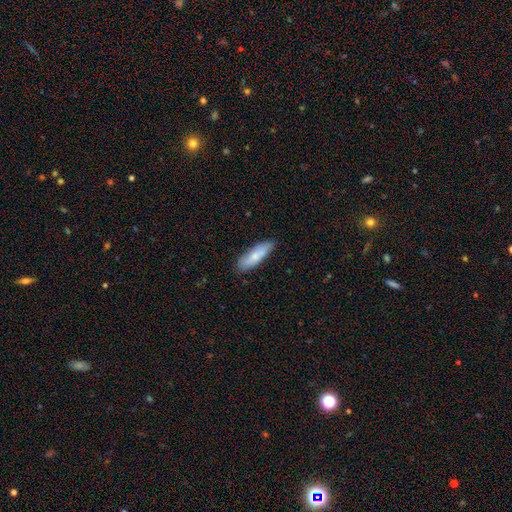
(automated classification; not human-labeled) Smooth or featured: smooth — 75% (featured or disk — 19%)
How rounded: cigar-shaped — 56% (in between — 42%)
Merging: none — 81% (minor disturbance — 15%)